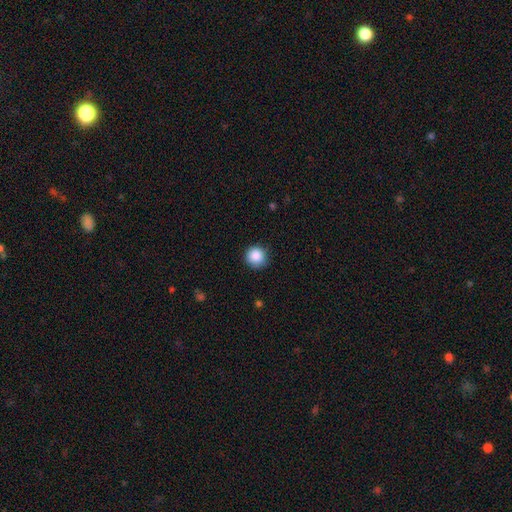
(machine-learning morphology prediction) Overall: smooth (88%). How rounded: round (95%). Merging: none (87%).